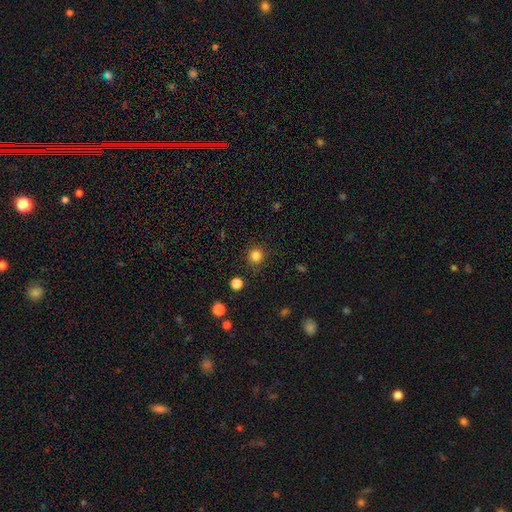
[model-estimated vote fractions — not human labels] Overall: smooth (83%). How rounded: round (92%). Merging: none (87%).